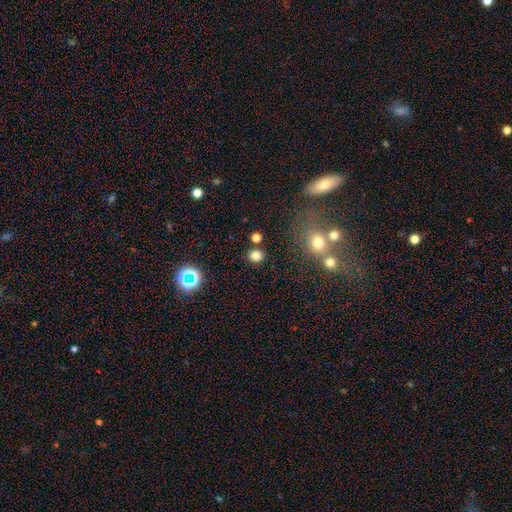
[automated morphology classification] smooth 79%, star or artifact 15%, featured or disk 5%. Down the decision tree: how rounded — round (80%); merging — none (84%).